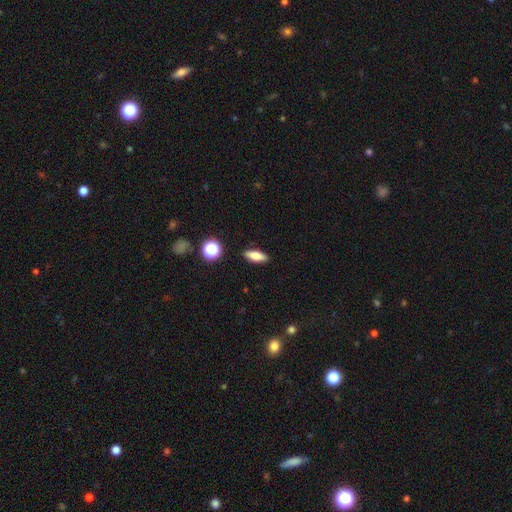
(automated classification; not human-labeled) smooth_or_featured: smooth (p=0.75) [alt: featured or disk p=0.15]
how_rounded: in between (p=0.64) [alt: cigar-shaped p=0.31]
merging: none (p=0.88) [alt: minor disturbance p=0.08]